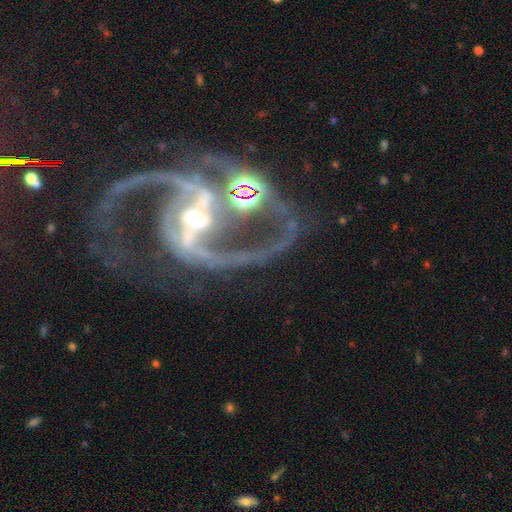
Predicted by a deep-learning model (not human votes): The model was most divided on "bulge size": small: 47%, moderate: 44%, large: 5%, none: 2%, dominant: 1%. Remaining: spiral arms — yes (98%); edge-on disk — no (98%); smooth or featured — featured or disk (92%); spiral arm count — 2 (91%); spiral winding — medium (60%); bar — strong (60%); merging — none (44%).